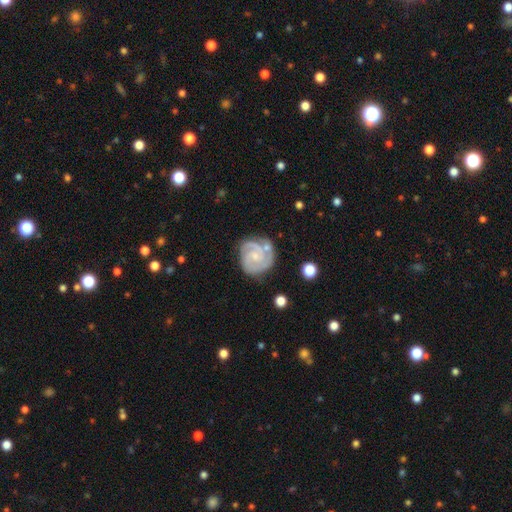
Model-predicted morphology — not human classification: Overall: featured or disk (88%). Edge-on disk: no (98%). Bar: no (62%; weak 32%). Spiral arms: yes (98%). Spiral arm count: 2 (44%; 3 37%). Spiral winding: tight (67%; medium 29%). Bulge size: small (69%). Merging: none (69%).